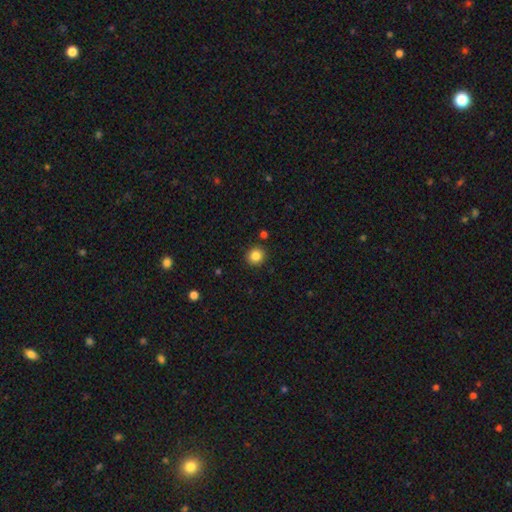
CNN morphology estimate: This is clearly a smooth galaxy (85%). How rounded: clearly round (90%). Merging: clearly none (91%).